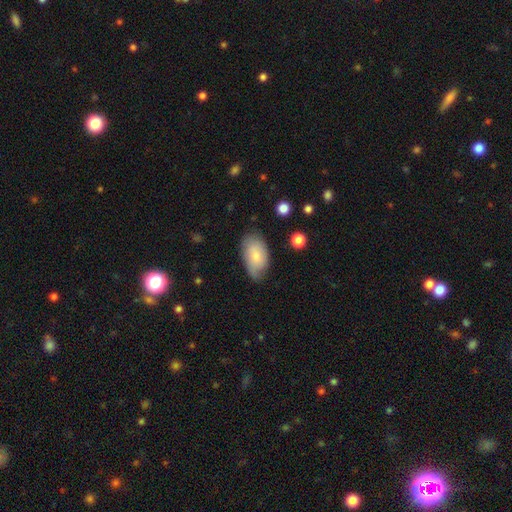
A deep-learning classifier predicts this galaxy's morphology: A smooth galaxy with no disk features (69%) that is in between round and cigar-shaped (93%).

Vote fractions:
- Smooth or featured? smooth: 69% / featured or disk: 24% / star or artifact: 7%
- How rounded? in between: 93% / round: 6% / cigar-shaped: 2%
- Merging? none: 68% / minor disturbance: 24% / major disturbance: 6% / merger: 2%